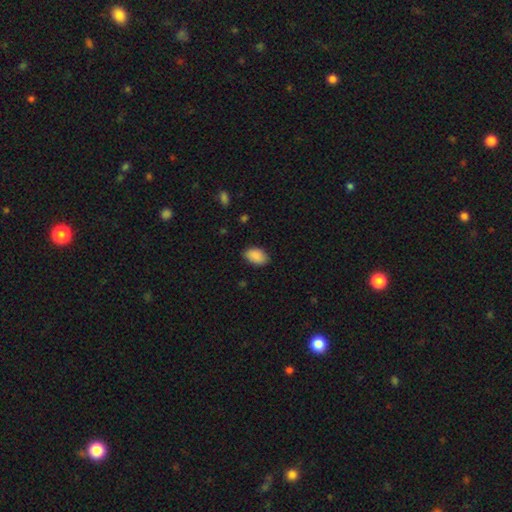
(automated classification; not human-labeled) Smooth or featured? Predicted: smooth (p=0.89). How rounded? Predicted: in between (p=0.90). Merging? Predicted: none (p=0.84).